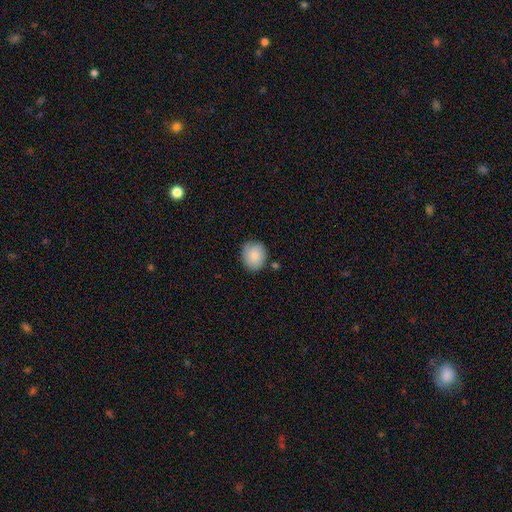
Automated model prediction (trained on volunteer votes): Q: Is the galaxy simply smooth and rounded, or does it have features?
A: smooth — 88%.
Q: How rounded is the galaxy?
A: round — 70%.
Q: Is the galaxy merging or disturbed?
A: none — 80%.